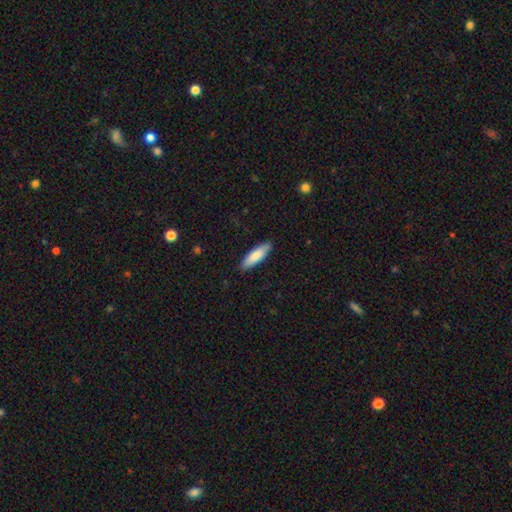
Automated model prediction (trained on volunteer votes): smooth_or_featured: smooth (p=0.83) [alt: featured or disk p=0.12]
how_rounded: cigar-shaped (p=0.59) [alt: in between p=0.39]
merging: none (p=0.88) [alt: minor disturbance p=0.09]